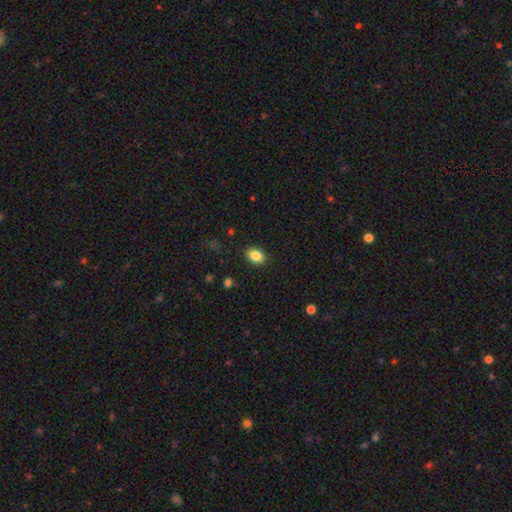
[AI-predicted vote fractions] smooth 85%, star or artifact 9%, featured or disk 6%. Down the decision tree: how rounded — in between (76%); merging — none (88%).